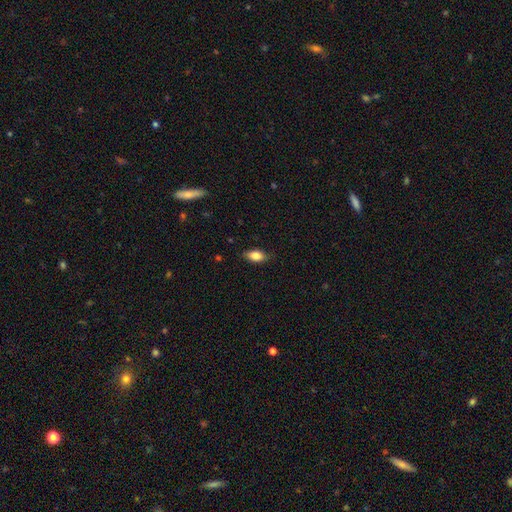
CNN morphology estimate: smooth-or-featured: smooth: 79% | featured or disk: 14% | star or artifact: 7%
  how-rounded: in between: 85% | cigar-shaped: 8% | round: 6%
  merging: none: 81% | minor disturbance: 15% | major disturbance: 3% | merger: 1%